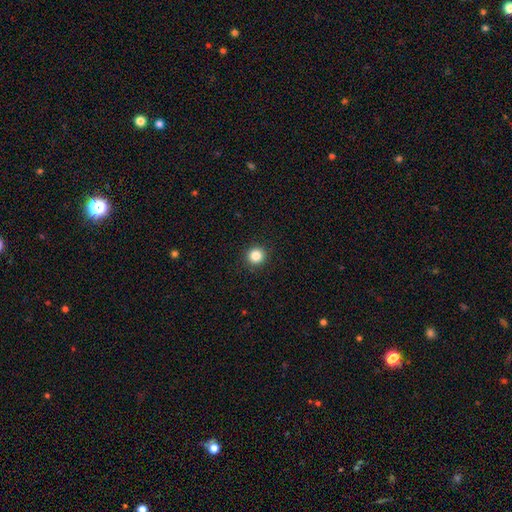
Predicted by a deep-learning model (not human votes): smooth 84%, star or artifact 12%, featured or disk 4%. Down the decision tree: how rounded — round (95%); merging — none (93%).